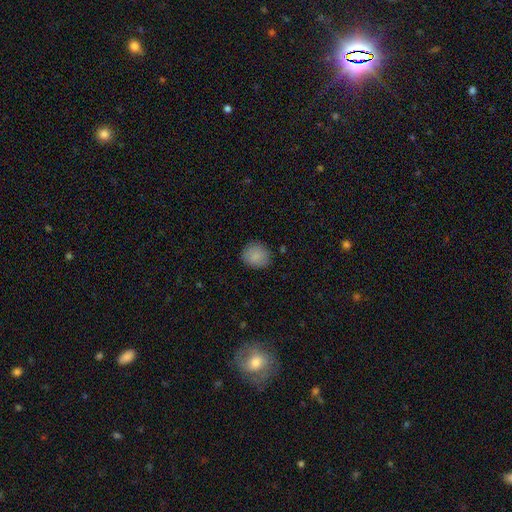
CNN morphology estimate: This is clearly a smooth galaxy (88%). How rounded: likely round (76%). Merging: clearly none (86%).